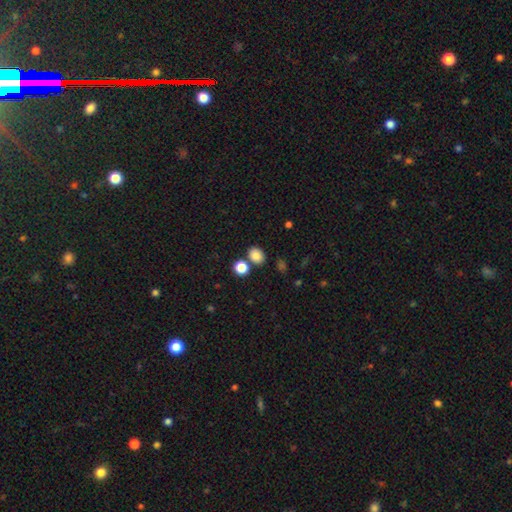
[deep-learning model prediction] Q: Smooth or featured?
A: smooth (84%); runner-up: star or artifact (12%)
Q: How rounded?
A: in between (52%); runner-up: round (47%)
Q: Merging?
A: none (75%); runner-up: merger (13%)